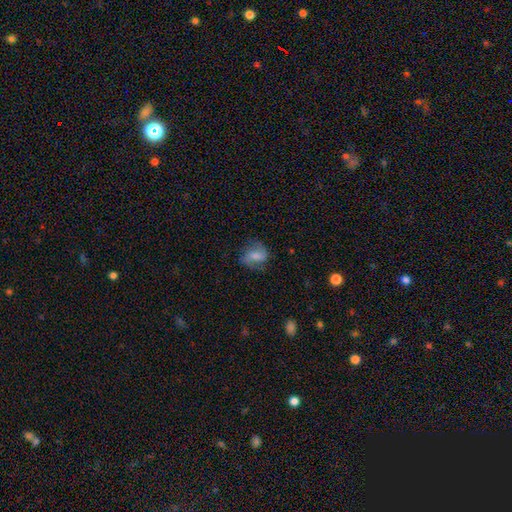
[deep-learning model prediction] Q: Smooth or featured?
A: smooth (54%); runner-up: featured or disk (37%)
Q: How rounded?
A: in between (61%); runner-up: round (36%)
Q: Merging?
A: none (62%); runner-up: minor disturbance (24%)